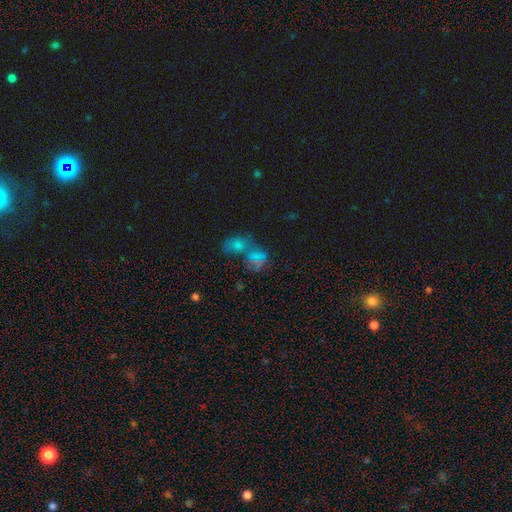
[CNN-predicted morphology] A smooth galaxy with no disk features (48%). Merging: merger (50%).